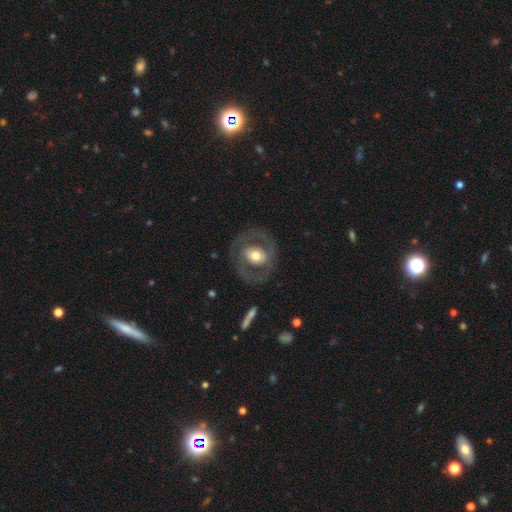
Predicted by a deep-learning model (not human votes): Smooth or featured: featured or disk — 55% (smooth — 39%)
Edge-on disk: no — 95% (yes — 5%)
Bar: no — 69% (weak — 20%)
Spiral arms: no — 74% (yes — 26%)
Bulge size: moderate — 63% (large — 25%)
Merging: none — 77% (minor disturbance — 12%)